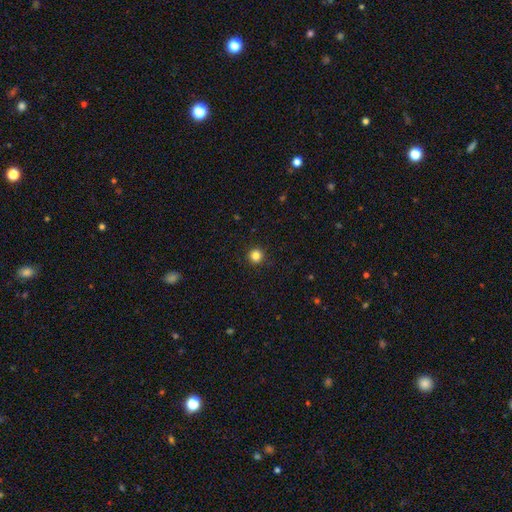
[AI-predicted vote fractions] A smooth galaxy with no disk features (84%) that is round (96%).

Vote fractions:
- Smooth or featured? smooth: 84% / star or artifact: 12% / featured or disk: 4%
- How rounded? round: 96% / in between: 3% / cigar-shaped: 1%
- Merging? none: 92% / minor disturbance: 5% / major disturbance: 2% / merger: 1%